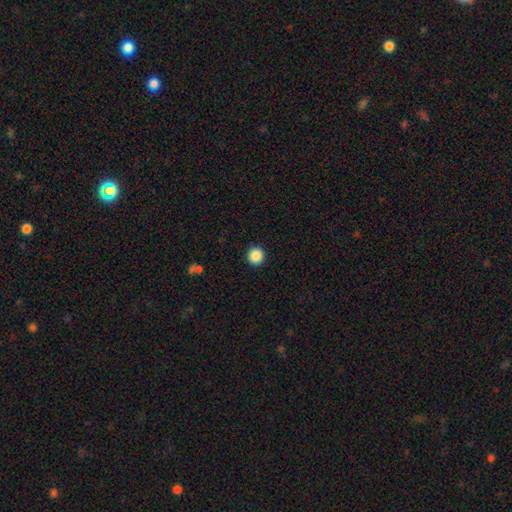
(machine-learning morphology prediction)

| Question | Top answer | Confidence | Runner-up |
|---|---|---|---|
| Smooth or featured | smooth | 88% | star or artifact (9%) |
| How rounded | round | 96% | in between (3%) |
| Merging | none | 93% | minor disturbance (4%) |